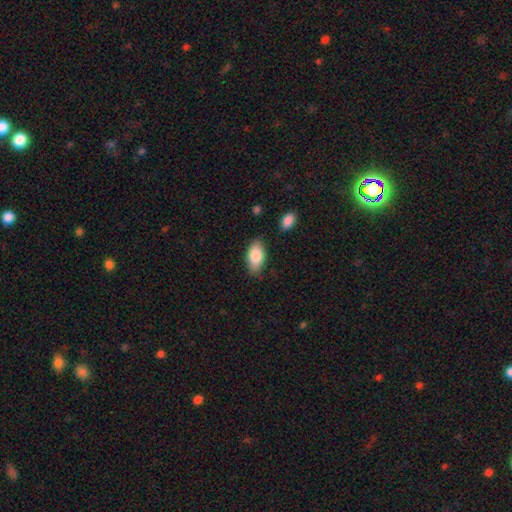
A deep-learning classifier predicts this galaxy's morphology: Smooth or featured? Predicted: smooth (p=0.84). How rounded? Predicted: in between (p=0.92). Merging? Predicted: none (p=0.82).